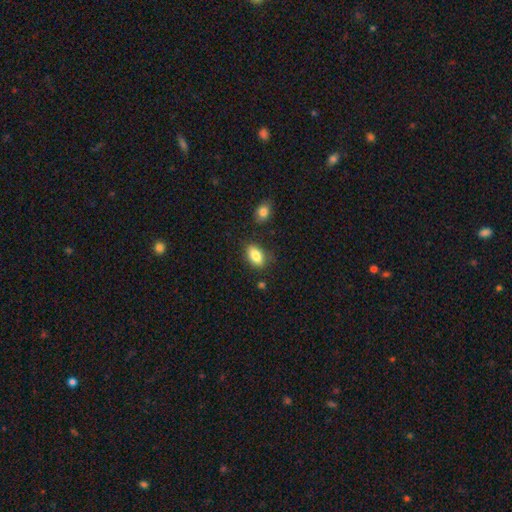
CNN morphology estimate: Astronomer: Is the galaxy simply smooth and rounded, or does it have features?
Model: smooth — 84%.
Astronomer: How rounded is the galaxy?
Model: in between — 89%.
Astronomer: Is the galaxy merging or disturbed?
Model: none — 78%.